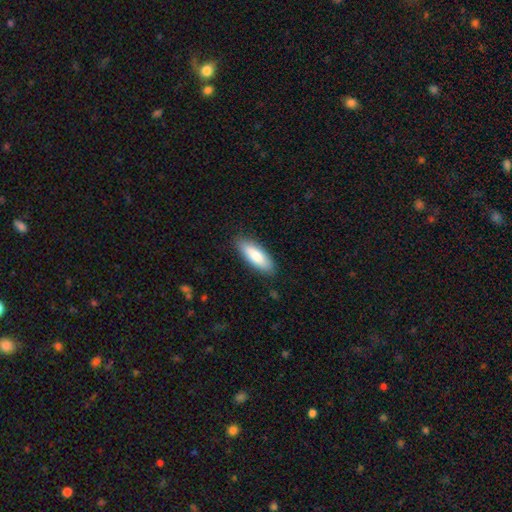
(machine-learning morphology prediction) Smooth or featured? smooth (80%)
How rounded? in between (65%)
Merging? none (86%)